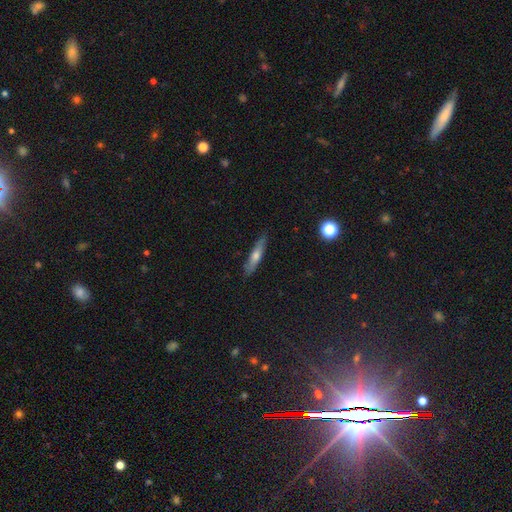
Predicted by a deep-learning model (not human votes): Morphology: type=smooth (48%); merging=none (86%).